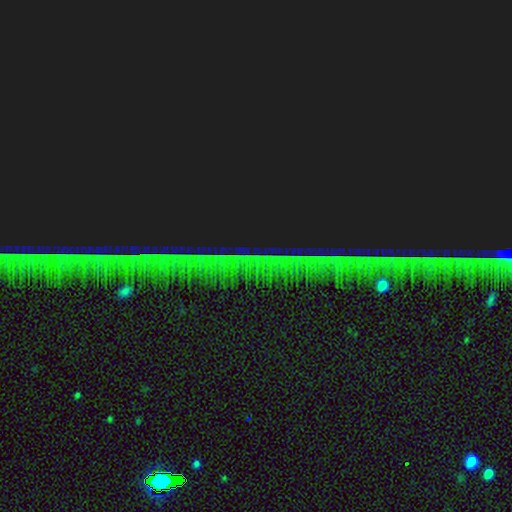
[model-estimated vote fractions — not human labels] A star or artifact, not a galaxy (88%).